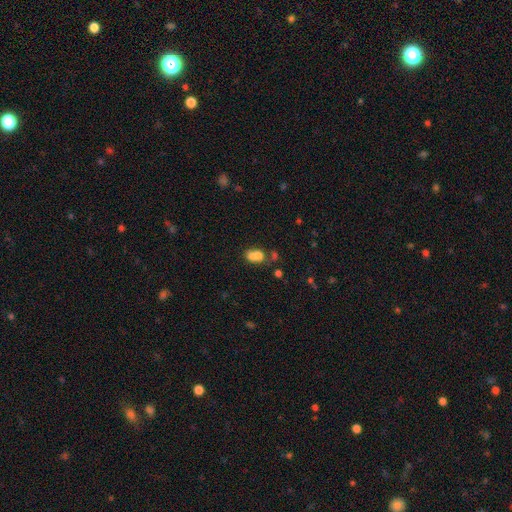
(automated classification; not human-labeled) This is likely a smooth galaxy (68%). How rounded: possibly in between (50%). Merging: likely merger (63%).